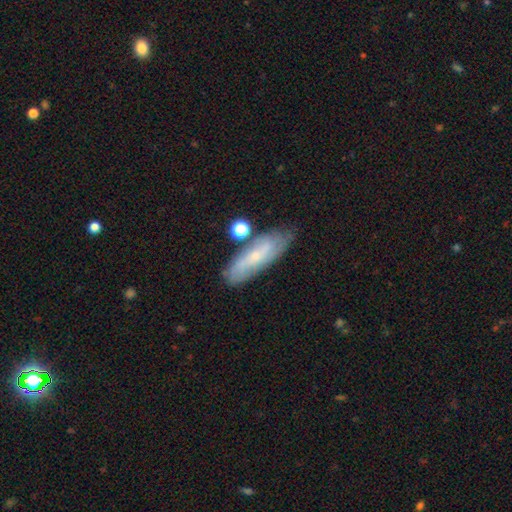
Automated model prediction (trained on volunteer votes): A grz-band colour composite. It shows a featured or disk galaxy (50%). Merging: none (65%).